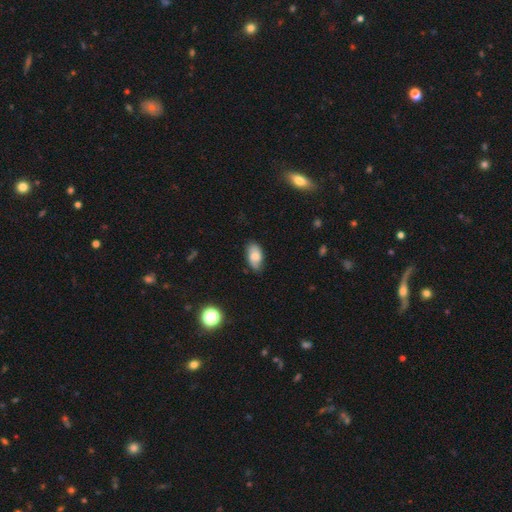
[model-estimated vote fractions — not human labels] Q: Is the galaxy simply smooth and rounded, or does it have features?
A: smooth — 72%.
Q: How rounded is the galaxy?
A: in between — 93%.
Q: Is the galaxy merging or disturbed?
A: none — 72%.